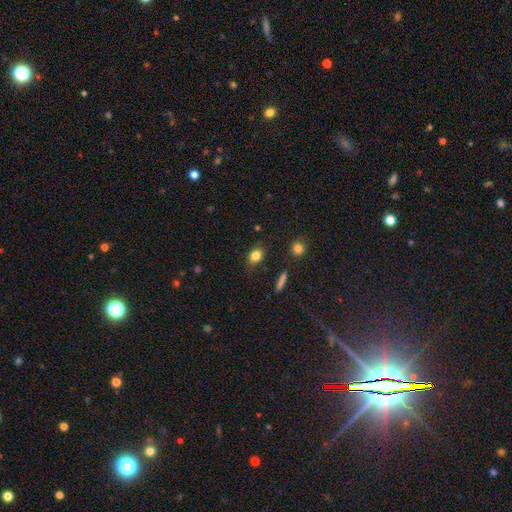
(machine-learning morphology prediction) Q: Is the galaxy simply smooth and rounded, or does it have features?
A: smooth — 82%.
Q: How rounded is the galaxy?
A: in between — 68%.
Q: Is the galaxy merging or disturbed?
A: none — 80%.